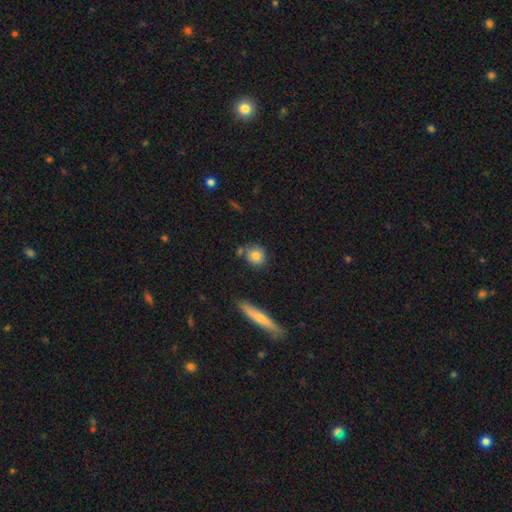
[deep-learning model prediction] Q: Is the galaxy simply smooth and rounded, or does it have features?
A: smooth — 78%.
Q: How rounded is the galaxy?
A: round — 82%.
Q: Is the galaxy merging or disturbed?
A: none — 70%.